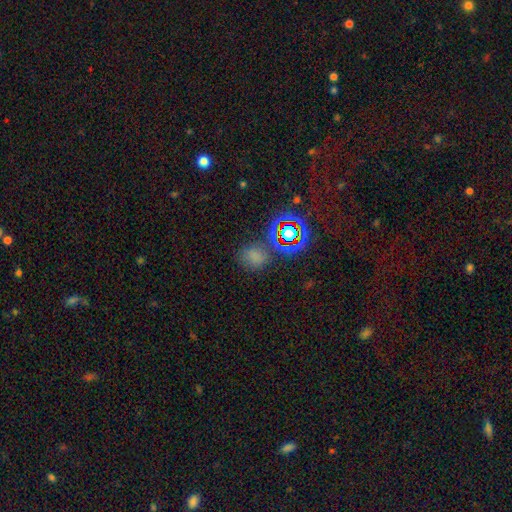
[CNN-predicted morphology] Smooth or featured? smooth (57%)
How rounded? round (63%)
Merging? none (70%)